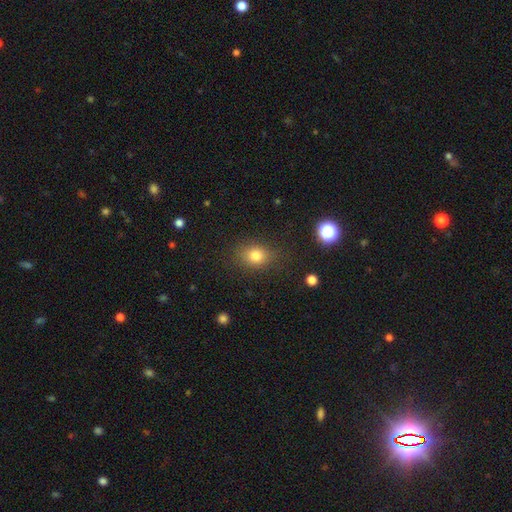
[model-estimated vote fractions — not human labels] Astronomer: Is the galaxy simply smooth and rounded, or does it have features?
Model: smooth — 79%.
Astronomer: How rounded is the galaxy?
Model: round — 52% (runner-up: in between, 47%).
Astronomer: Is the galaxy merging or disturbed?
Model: none — 80%.